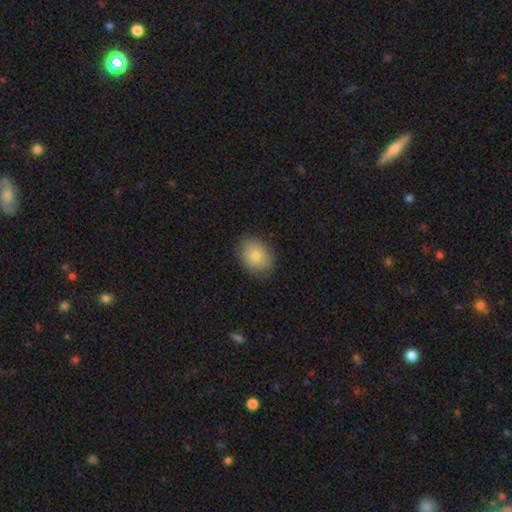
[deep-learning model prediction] smooth_or_featured: smooth (p=0.78) [alt: featured or disk p=0.14]
how_rounded: in between (p=0.52) [alt: round p=0.47]
merging: none (p=0.82) [alt: minor disturbance p=0.14]